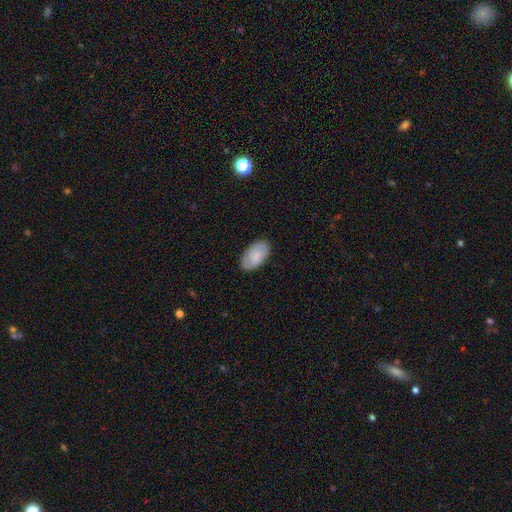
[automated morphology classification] Smooth or featured?
  - smooth: 79% *
  - featured or disk: 15%
  - star or artifact: 6%
How rounded?
  - in between: 95% *
  - round: 3%
  - cigar-shaped: 2%
Merging?
  - none: 83% *
  - minor disturbance: 14%
  - major disturbance: 3%
  - merger: 1%